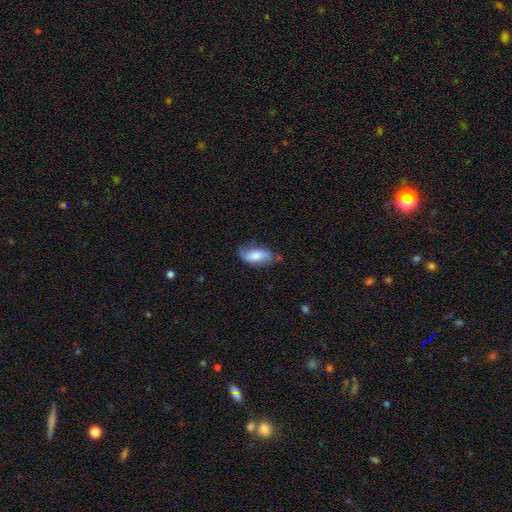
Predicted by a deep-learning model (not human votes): The model was most divided on "smooth or featured": smooth: 52%, featured or disk: 41%, star or artifact: 7%. More confident: how rounded — in between (84%); merging — none (58%).